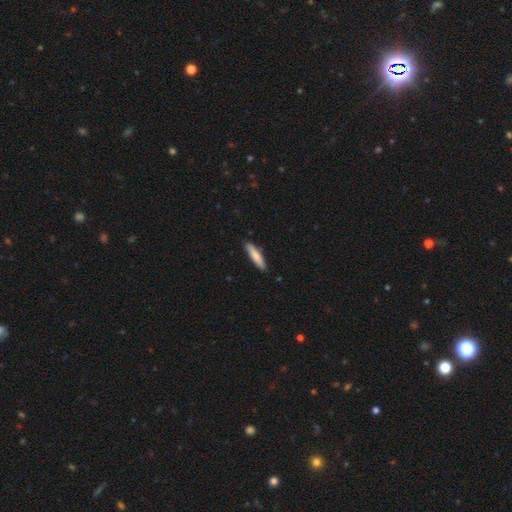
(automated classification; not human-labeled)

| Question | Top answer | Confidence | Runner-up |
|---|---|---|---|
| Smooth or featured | smooth | 80% | featured or disk (15%) |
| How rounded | cigar-shaped | 83% | in between (16%) |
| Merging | none | 88% | minor disturbance (10%) |